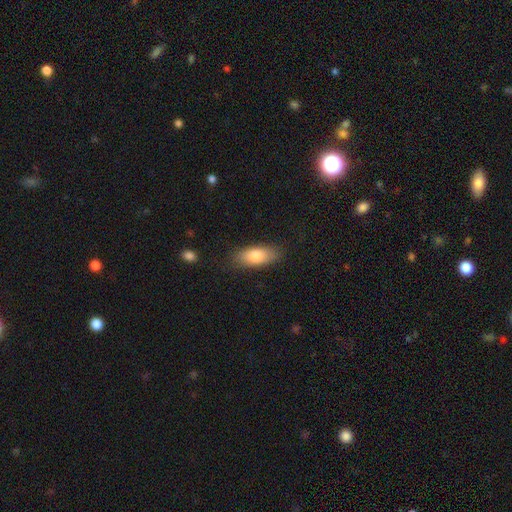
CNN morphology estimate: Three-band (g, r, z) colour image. It shows a smooth galaxy with no disk features (81%) that is in between round and cigar-shaped (84%). Merging: none (82%).